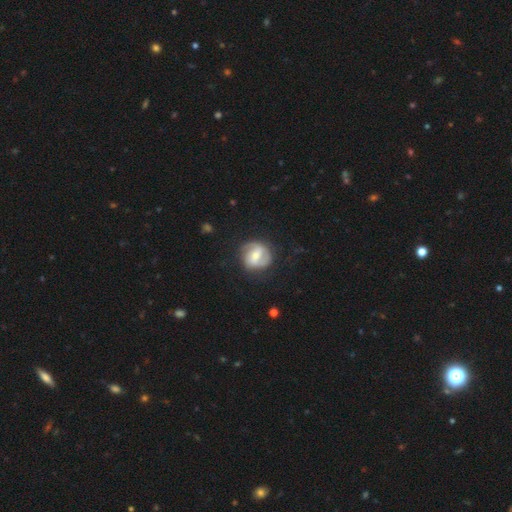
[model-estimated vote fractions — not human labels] Overall: featured or disk (74%). Edge-on disk: no (98%). Bar: weak (48%; strong 31%). Spiral arms: yes (92%). Spiral arm count: 2 (82%). Spiral winding: medium (45%; tight 36%). Bulge size: moderate (50%; small 42%). Merging: none (75%).